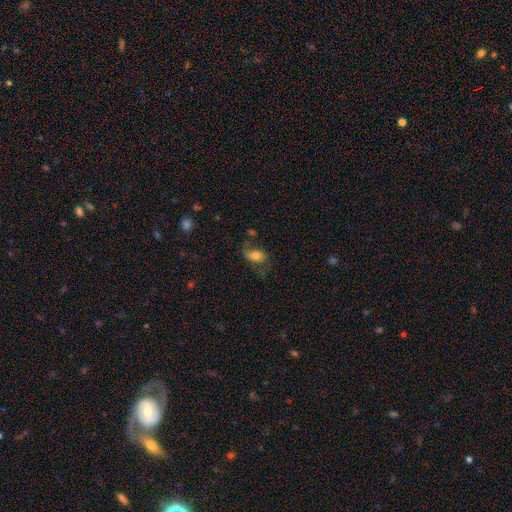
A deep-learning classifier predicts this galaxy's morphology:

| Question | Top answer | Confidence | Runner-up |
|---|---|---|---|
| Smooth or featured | smooth | 58% | featured or disk (32%) |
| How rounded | in between | 84% | round (13%) |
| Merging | none | 51% | minor disturbance (25%) |